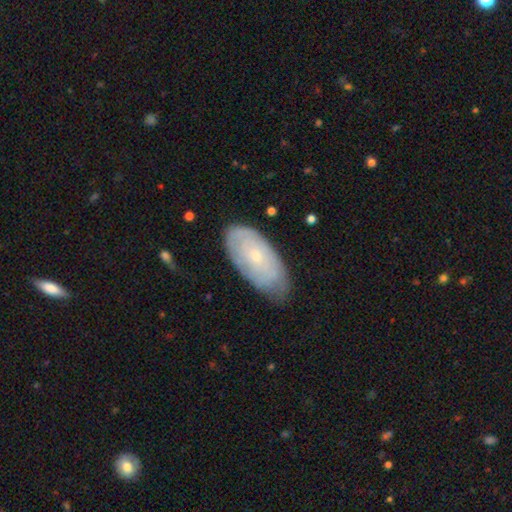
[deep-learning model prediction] A featured or disk galaxy (54%).

Vote fractions:
- Smooth or featured? featured or disk: 54% / smooth: 40% / star or artifact: 6%
- Edge-on disk? no: 90% / yes: 10%
- Merging? none: 67% / minor disturbance: 26% / major disturbance: 5% / merger: 1%